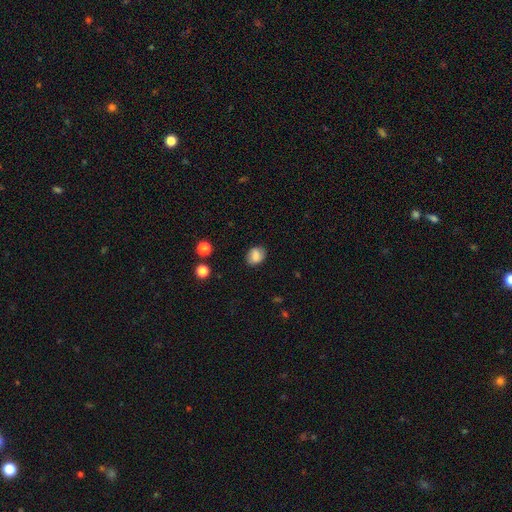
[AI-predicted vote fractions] The model was most divided on "how rounded": in between: 56%, round: 43%, cigar-shaped: 1%. More confident: merging — none (82%); smooth or featured — smooth (81%).